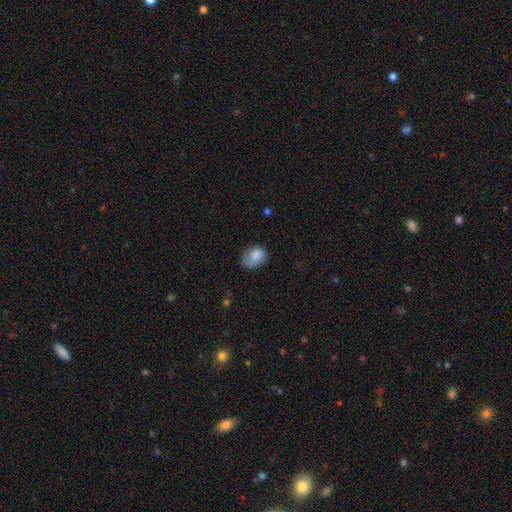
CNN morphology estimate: A smooth galaxy with no disk features (79%) that is in between round and cigar-shaped (67%).

Vote fractions:
- Smooth or featured? smooth: 79% / featured or disk: 13% / star or artifact: 8%
- How rounded? in between: 67% / round: 32% / cigar-shaped: 1%
- Merging? none: 49% / minor disturbance: 33% / major disturbance: 15% / merger: 2%